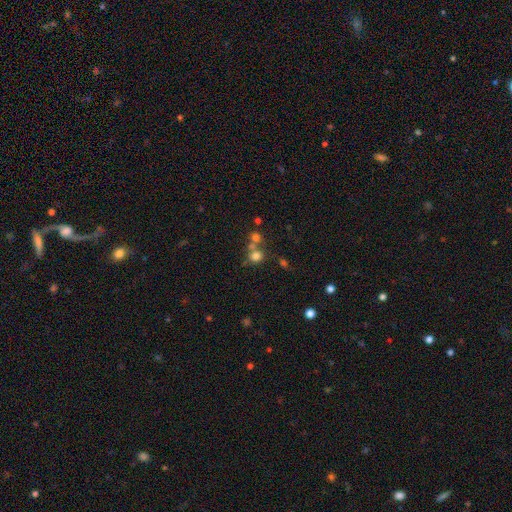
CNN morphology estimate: This is likely a smooth galaxy (71%). How rounded: clearly round (83%). Merging: possibly none (49%).